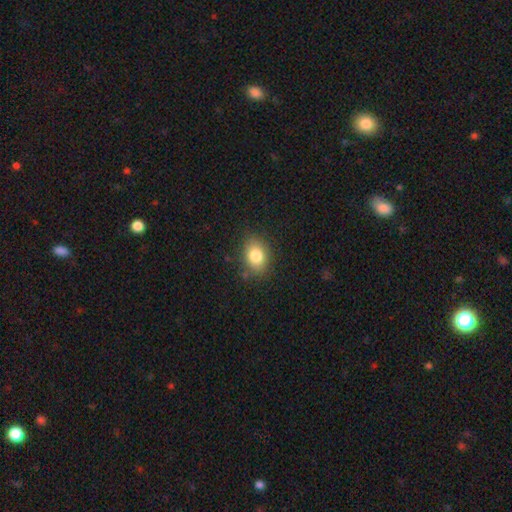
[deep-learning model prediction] A smooth galaxy with no disk features (82%) that is in between round and cigar-shaped (65%). Merging: none (83%).